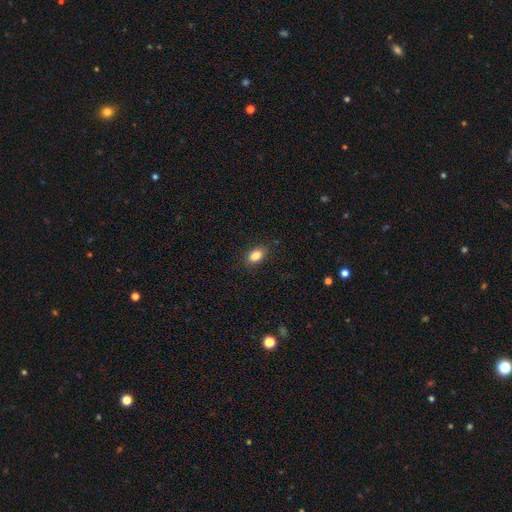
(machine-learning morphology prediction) smooth-or-featured: smooth: 86% | star or artifact: 9% | featured or disk: 5%
  how-rounded: in between: 85% | round: 13% | cigar-shaped: 2%
  merging: none: 85% | minor disturbance: 11% | major disturbance: 3% | merger: 1%